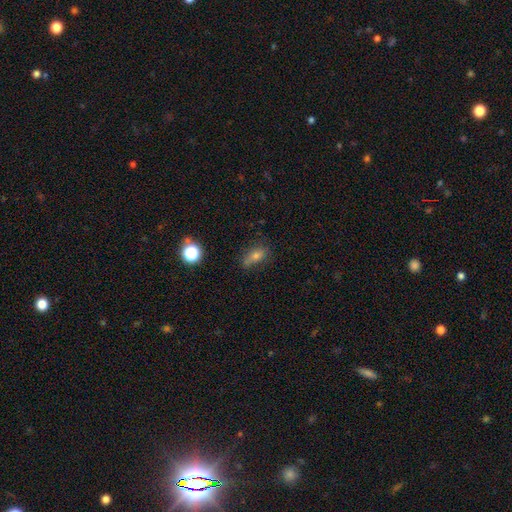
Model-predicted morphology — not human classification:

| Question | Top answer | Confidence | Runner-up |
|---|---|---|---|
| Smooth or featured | smooth | 60% | featured or disk (20%) |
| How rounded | in between | 70% | round (16%) |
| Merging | none | 64% | minor disturbance (24%) |